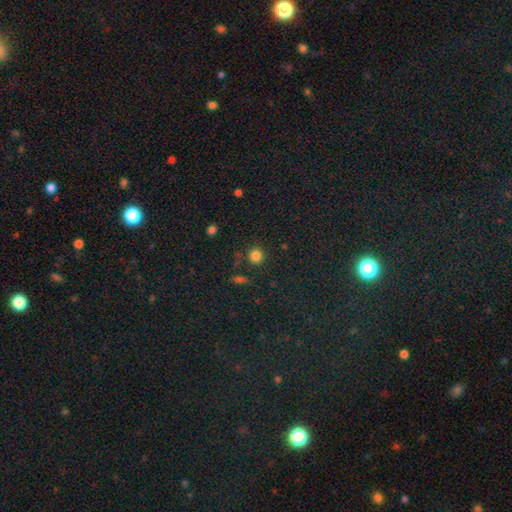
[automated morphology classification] Overall: smooth (82%). How rounded: round (91%). Merging: none (85%).